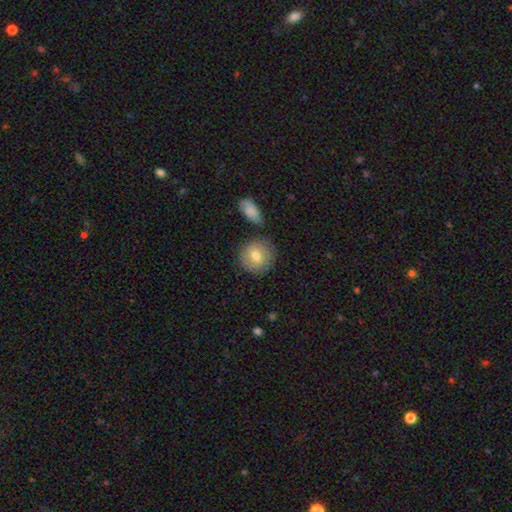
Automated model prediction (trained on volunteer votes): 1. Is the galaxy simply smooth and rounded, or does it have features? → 76% smooth, 17% featured or disk, 7% star or artifact.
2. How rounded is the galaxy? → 88% round, 11% in between, 1% cigar-shaped.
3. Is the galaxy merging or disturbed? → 77% none, 12% minor disturbance, 8% merger, 3% major disturbance.